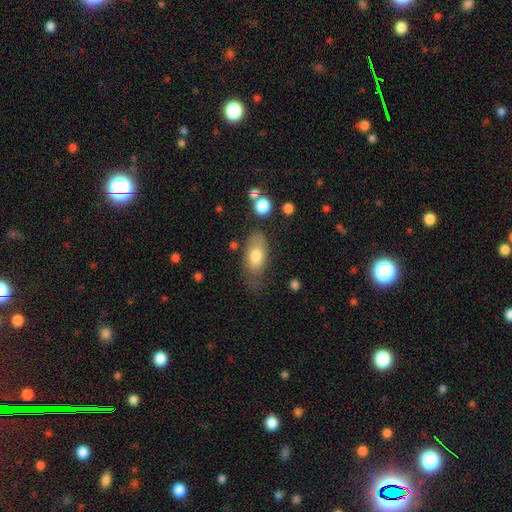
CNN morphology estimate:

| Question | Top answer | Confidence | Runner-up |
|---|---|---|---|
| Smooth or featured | smooth | 74% | featured or disk (19%) |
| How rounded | in between | 89% | cigar-shaped (7%) |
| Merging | none | 60% | minor disturbance (25%) |